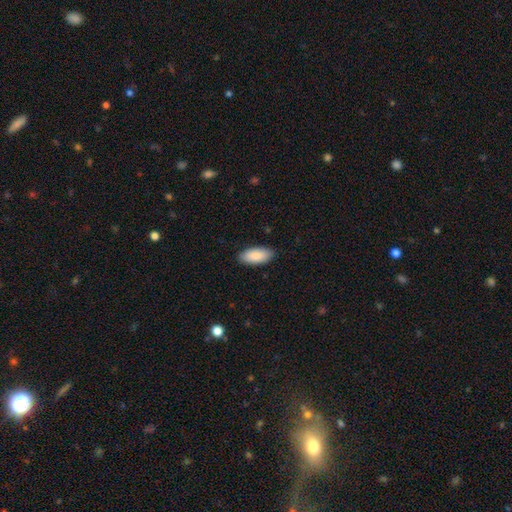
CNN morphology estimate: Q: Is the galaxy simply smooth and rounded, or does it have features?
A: smooth — 89%.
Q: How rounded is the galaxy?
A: in between — 90%.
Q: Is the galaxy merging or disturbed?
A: none — 89%.